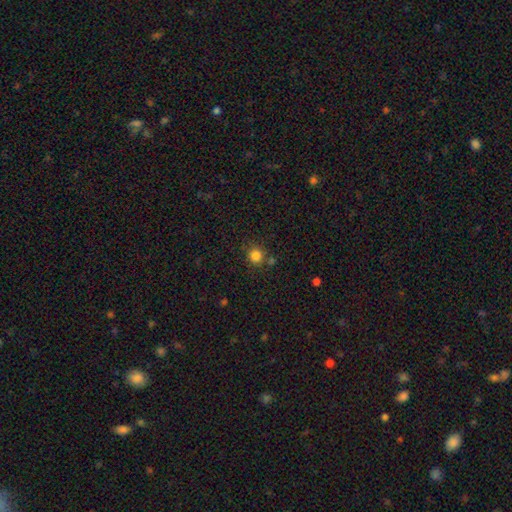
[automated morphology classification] smooth-or-featured: smooth: 82% | star or artifact: 13% | featured or disk: 5%
  how-rounded: round: 92% | in between: 7% | cigar-shaped: 1%
  merging: none: 78% | minor disturbance: 10% | merger: 8% | major disturbance: 3%